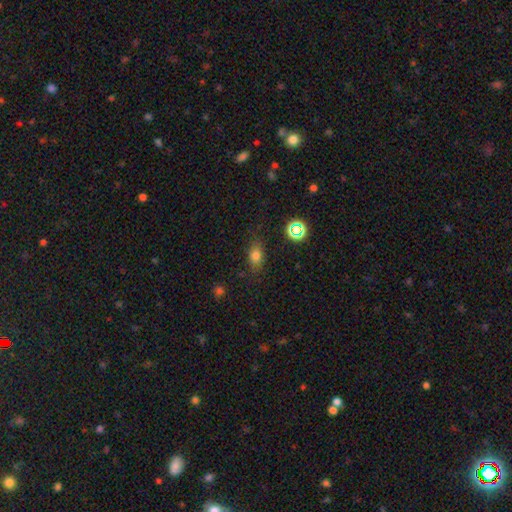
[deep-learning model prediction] A smooth galaxy with no disk features (73%) that is in between round and cigar-shaped (77%). Merging: none (78%).